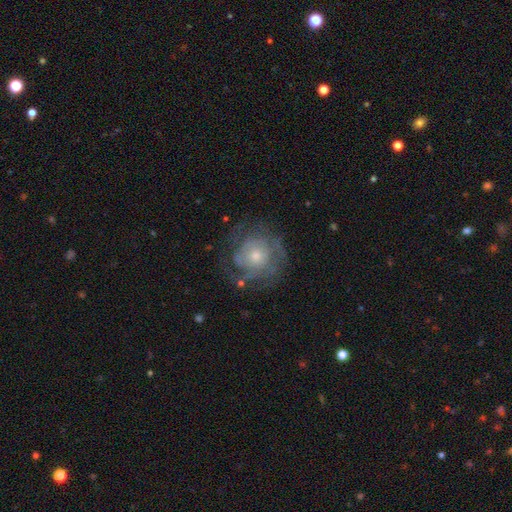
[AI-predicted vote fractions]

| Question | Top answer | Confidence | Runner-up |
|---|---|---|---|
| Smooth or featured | featured or disk | 67% | smooth (23%) |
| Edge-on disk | no | 97% | yes (3%) |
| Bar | no | 84% | weak (13%) |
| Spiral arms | yes | 75% | no (25%) |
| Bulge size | moderate | 48% | small (45%) |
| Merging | none | 68% | minor disturbance (17%) |